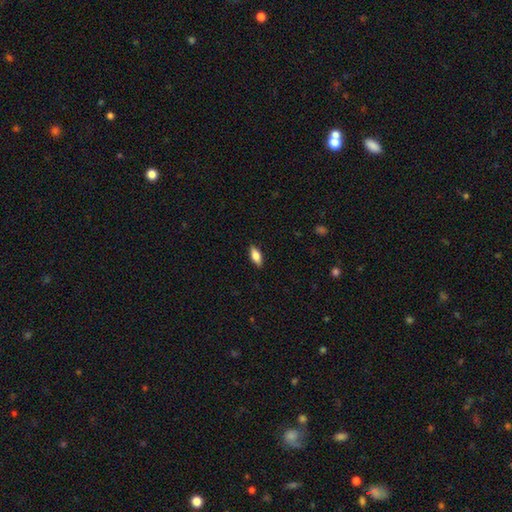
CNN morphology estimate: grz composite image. It shows a smooth galaxy with no disk features (77%) that is in between round and cigar-shaped (80%). Merging: none (88%).